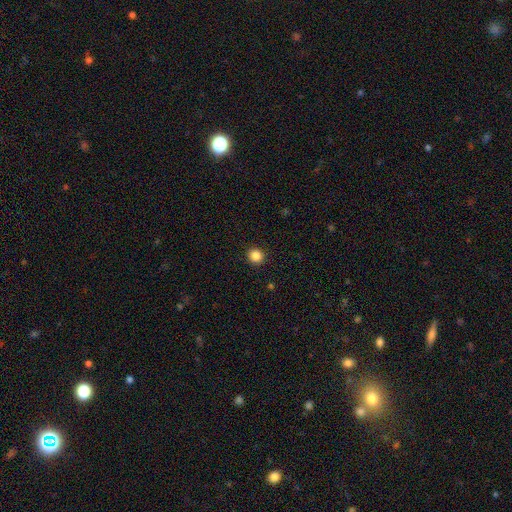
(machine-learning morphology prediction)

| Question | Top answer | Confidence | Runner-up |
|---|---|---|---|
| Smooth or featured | smooth | 85% | star or artifact (11%) |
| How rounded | round | 93% | in between (6%) |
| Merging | none | 93% | minor disturbance (5%) |